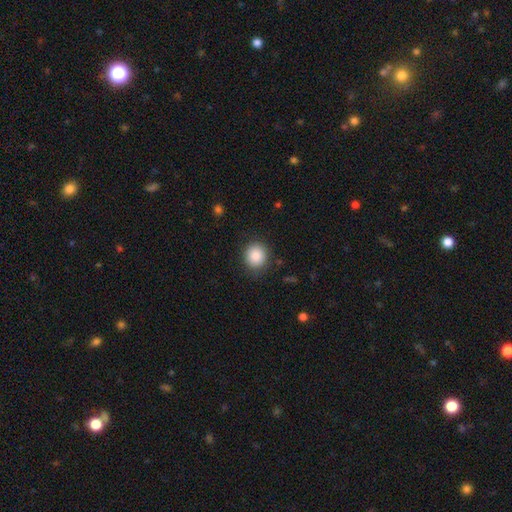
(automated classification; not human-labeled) This appears to be a smooth galaxy with no disk features (87%) that is round (85%). Merging: none (86%).